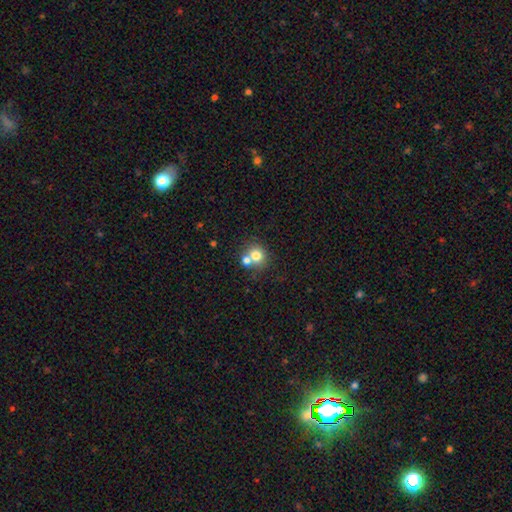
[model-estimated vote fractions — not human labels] A smooth galaxy with no disk features (76%) that is round (84%).

Vote fractions:
- Smooth or featured? smooth: 76% / featured or disk: 12% / star or artifact: 12%
- How rounded? round: 84% / in between: 16% / cigar-shaped: 1%
- Merging? none: 51% / merger: 39% / minor disturbance: 7% / major disturbance: 3%